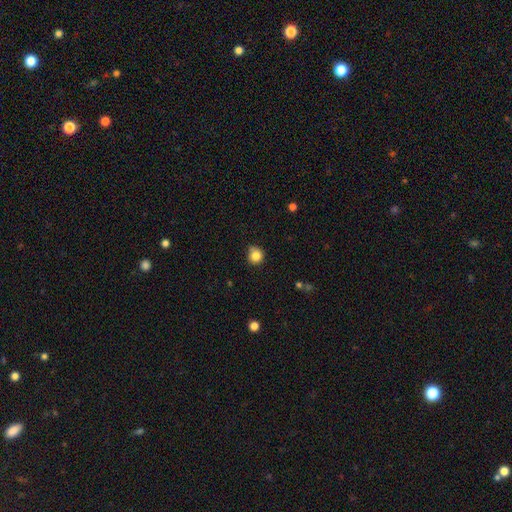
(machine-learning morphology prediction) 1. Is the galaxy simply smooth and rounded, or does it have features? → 83% smooth, 11% star or artifact, 6% featured or disk.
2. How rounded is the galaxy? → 90% round, 9% in between, 1% cigar-shaped.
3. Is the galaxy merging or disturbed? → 69% none, 22% minor disturbance, 5% merger, 4% major disturbance.